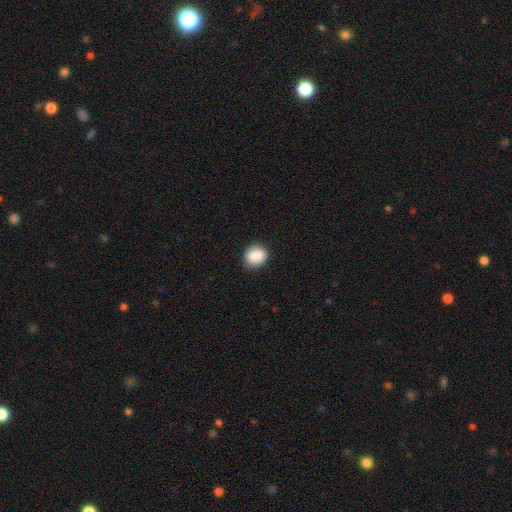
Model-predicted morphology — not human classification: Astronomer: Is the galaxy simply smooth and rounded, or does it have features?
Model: smooth — 89%.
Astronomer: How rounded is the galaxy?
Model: round — 63%.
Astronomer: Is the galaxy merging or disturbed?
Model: none — 85%.